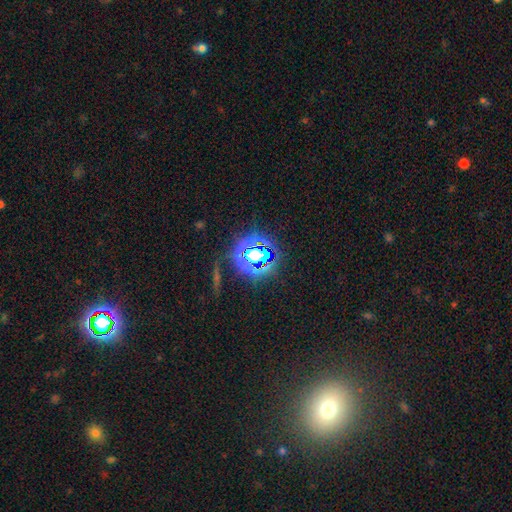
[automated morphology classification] A star or artifact, not a galaxy (76%).

Vote fractions:
- Smooth or featured? star or artifact: 76% / smooth: 15% / featured or disk: 9%